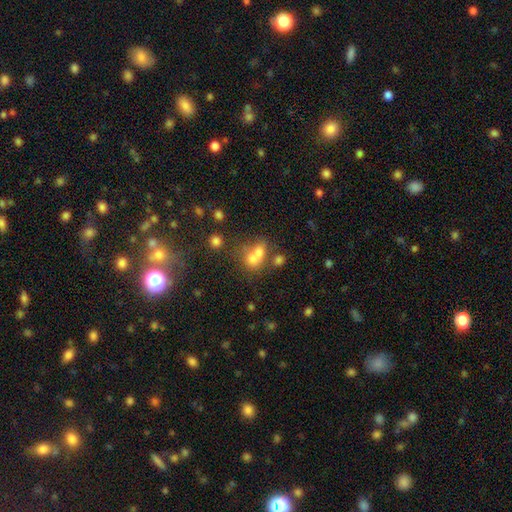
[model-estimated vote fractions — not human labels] This appears to be a smooth galaxy with no disk features (68%) that is round (49%, tied with in between). Merging: merger (62%).